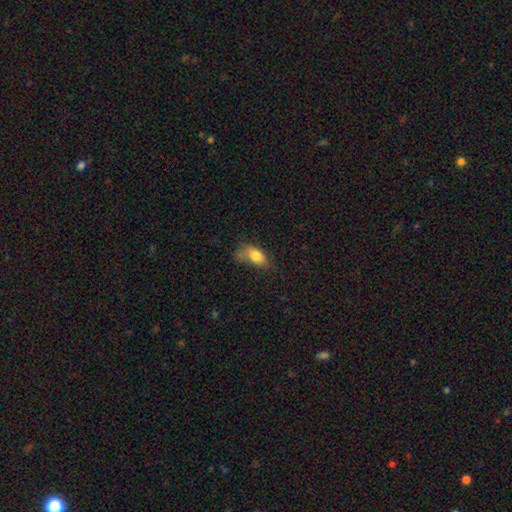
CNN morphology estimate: A smooth galaxy with no disk features (78%) that is in between round and cigar-shaped (87%).

Vote fractions:
- Smooth or featured? smooth: 78% / featured or disk: 14% / star or artifact: 8%
- How rounded? in between: 87% / cigar-shaped: 7% / round: 6%
- Merging? none: 38% / minor disturbance: 36% / major disturbance: 22% / merger: 4%